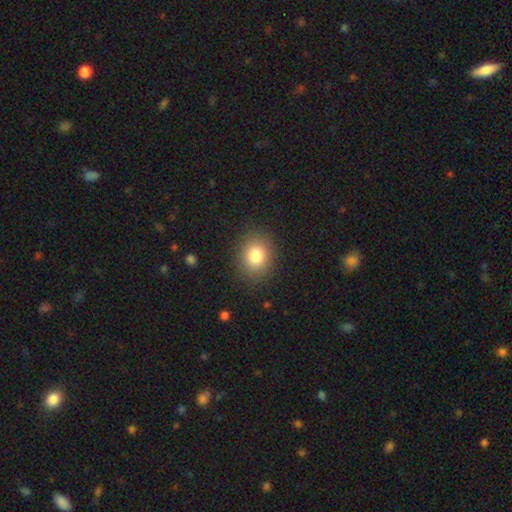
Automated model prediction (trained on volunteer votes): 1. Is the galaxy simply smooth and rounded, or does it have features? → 82% smooth, 10% star or artifact, 8% featured or disk.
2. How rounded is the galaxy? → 60% round, 39% in between, 1% cigar-shaped.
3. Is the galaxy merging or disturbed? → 88% none, 8% minor disturbance, 3% major disturbance, 1% merger.